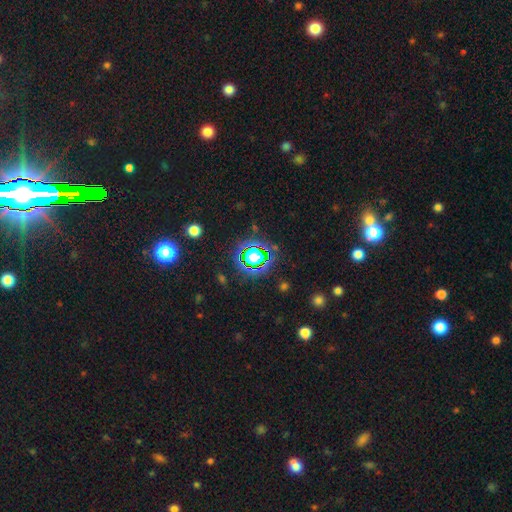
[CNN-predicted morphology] Overall: star or artifact (63%; smooth 25%).